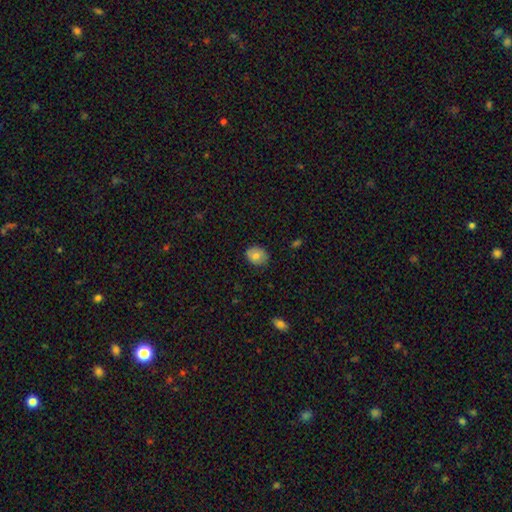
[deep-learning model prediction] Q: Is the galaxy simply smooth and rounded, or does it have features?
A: smooth — 75%.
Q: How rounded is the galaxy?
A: round — 61%.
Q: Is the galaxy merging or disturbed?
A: none — 80%.